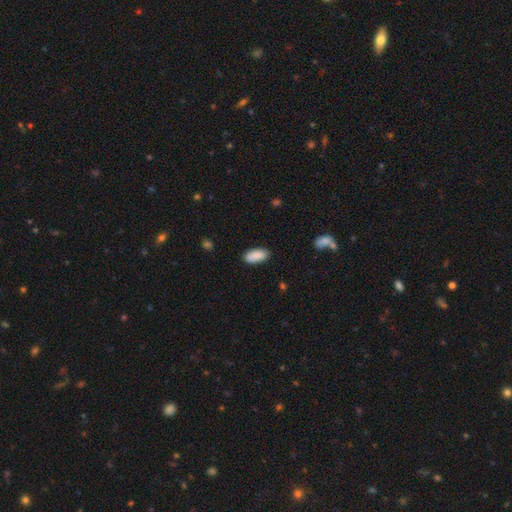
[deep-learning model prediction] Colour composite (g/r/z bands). It shows a smooth galaxy with no disk features (89%) that is in between round and cigar-shaped (88%). Merging: none (85%).